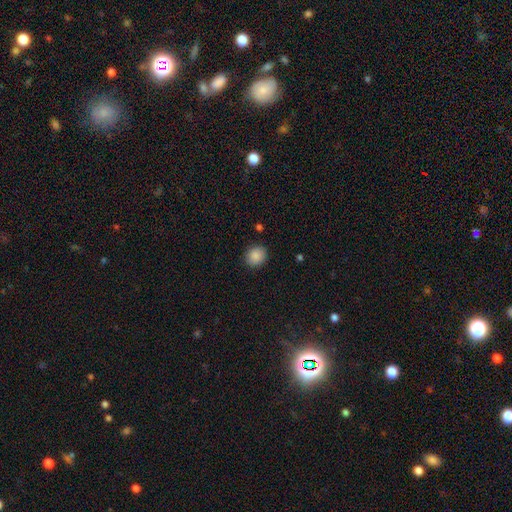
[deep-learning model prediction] A smooth galaxy with no disk features (88%) that is round (74%).

Vote fractions:
- Smooth or featured? smooth: 88% / star or artifact: 8% / featured or disk: 4%
- How rounded? round: 74% / in between: 25% / cigar-shaped: 1%
- Merging? none: 87% / minor disturbance: 9% / major disturbance: 2% / merger: 1%